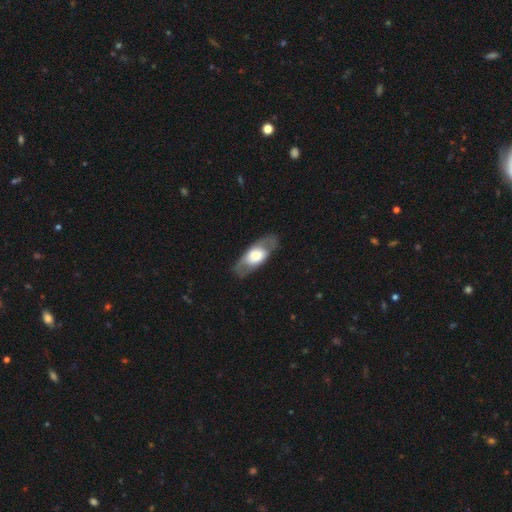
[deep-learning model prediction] Smooth or featured? featured or disk (49%)
Merging? none (80%)